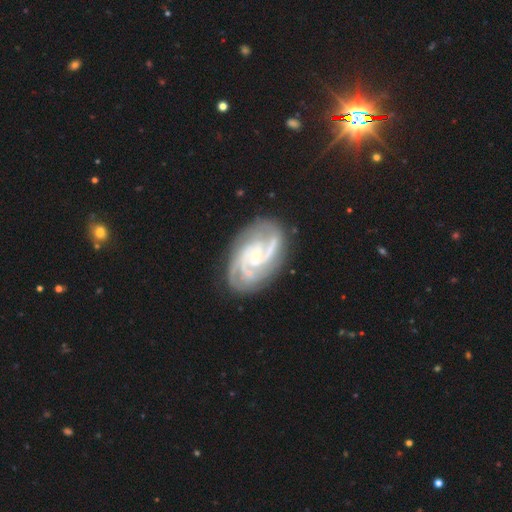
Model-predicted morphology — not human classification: smooth-or-featured: featured or disk: 90% | star or artifact: 5% | smooth: 5%
  disk-edge-on: no: 97% | yes: 3%
    bar: no: 58% | weak: 32% | strong: 10%
    has-spiral-arms: yes: 98% | no: 2%
      spiral-winding: tight: 47% | medium: 44% | loose: 9%
      spiral-arm-count: 2: 42% | 3: 28% | can't tell: 12% | 4: 8% | more than 4: 5% | 1: 5%
    bulge-size: small: 75% | moderate: 20% | none: 3% | large: 2% | dominant: 1%
  merging: none: 76% | minor disturbance: 15% | major disturbance: 6% | merger: 2%